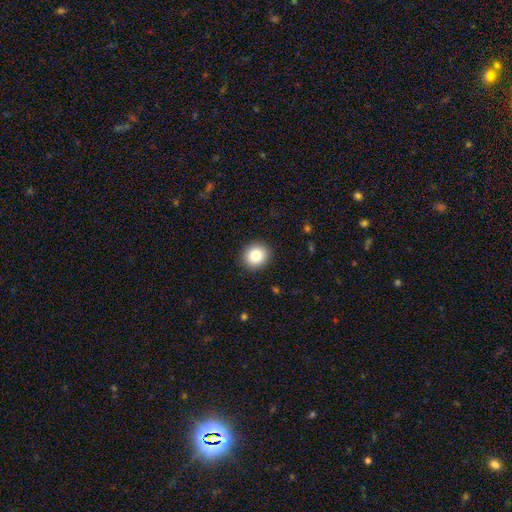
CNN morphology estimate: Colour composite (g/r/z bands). It shows a smooth galaxy with no disk features (84%) that is round (81%). Merging: none (91%).